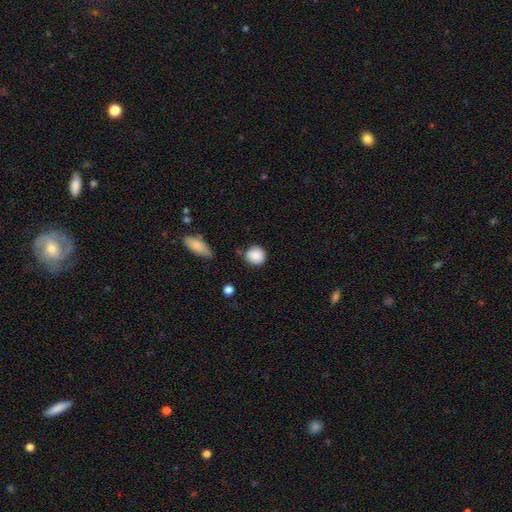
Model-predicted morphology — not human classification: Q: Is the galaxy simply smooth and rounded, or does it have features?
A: smooth — 88%.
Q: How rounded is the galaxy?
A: round — 87%.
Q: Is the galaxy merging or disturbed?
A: none — 77%.